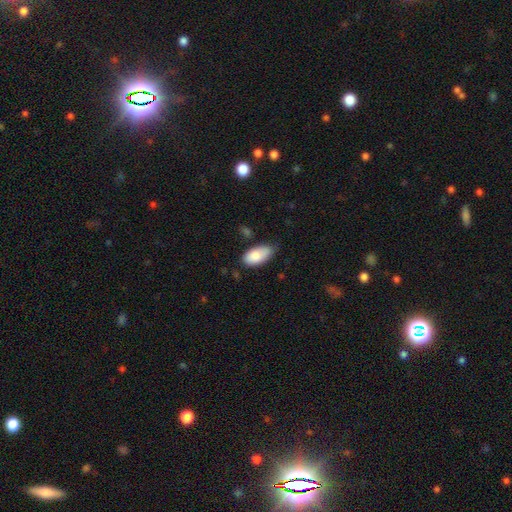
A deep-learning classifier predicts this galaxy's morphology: A smooth galaxy with no disk features (84%) that is in between round and cigar-shaped (94%). Merging: none (61%).